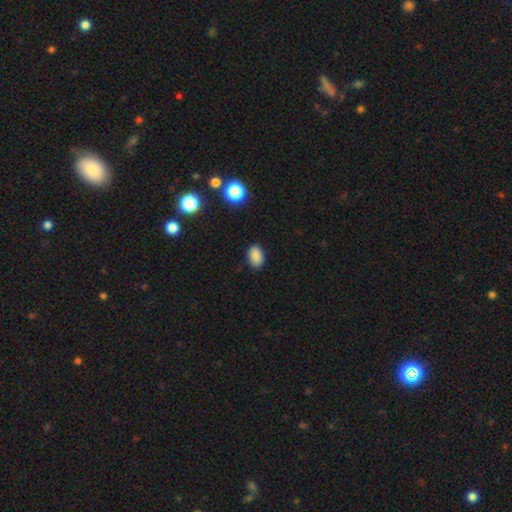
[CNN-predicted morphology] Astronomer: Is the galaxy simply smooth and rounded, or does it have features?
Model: smooth — 86%.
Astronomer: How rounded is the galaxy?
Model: in between — 83%.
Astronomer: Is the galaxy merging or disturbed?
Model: none — 87%.